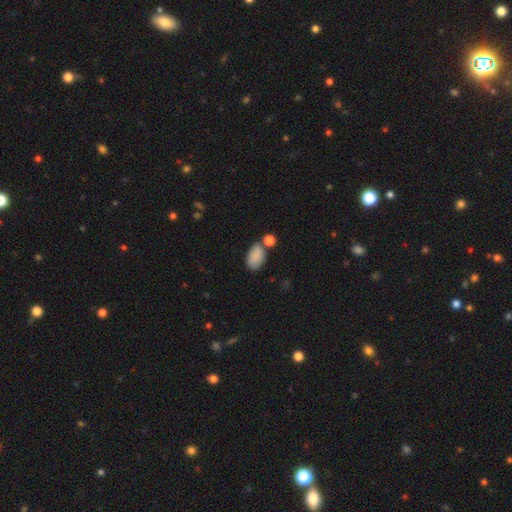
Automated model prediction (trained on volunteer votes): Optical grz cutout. It shows a smooth galaxy with no disk features (87%) that is in between round and cigar-shaped (92%). Merging: none (63%).